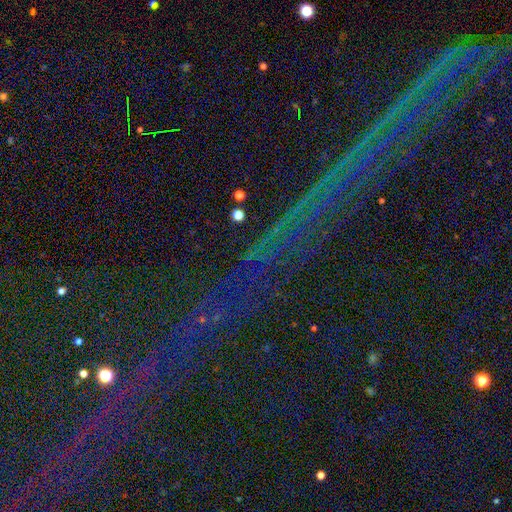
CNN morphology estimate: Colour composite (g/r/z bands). It shows a star or artifact, not a galaxy (75%).